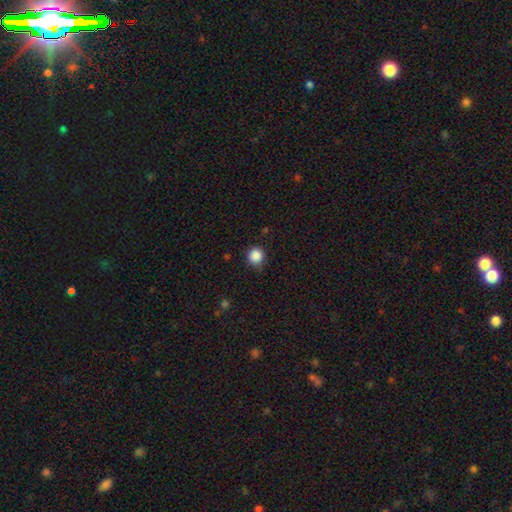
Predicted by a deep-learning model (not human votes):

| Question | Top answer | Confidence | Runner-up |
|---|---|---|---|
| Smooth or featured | smooth | 87% | star or artifact (10%) |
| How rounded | round | 92% | in between (7%) |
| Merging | none | 80% | minor disturbance (15%) |